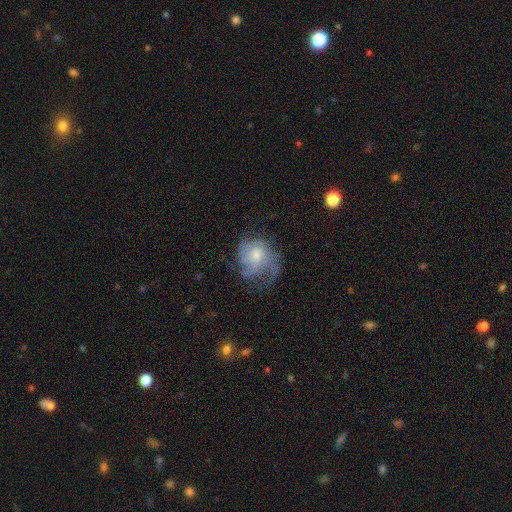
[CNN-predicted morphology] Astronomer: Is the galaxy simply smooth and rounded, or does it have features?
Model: featured or disk — 55% (runner-up: smooth, 36%).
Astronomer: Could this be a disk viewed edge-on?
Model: no — 98%.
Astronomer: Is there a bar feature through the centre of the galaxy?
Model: no — 78%.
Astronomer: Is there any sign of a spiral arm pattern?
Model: yes — 72%.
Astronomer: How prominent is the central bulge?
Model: moderate — 49% (runner-up: small, 38%).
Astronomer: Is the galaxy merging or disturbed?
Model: none — 41% (runner-up: major disturbance, 31%).